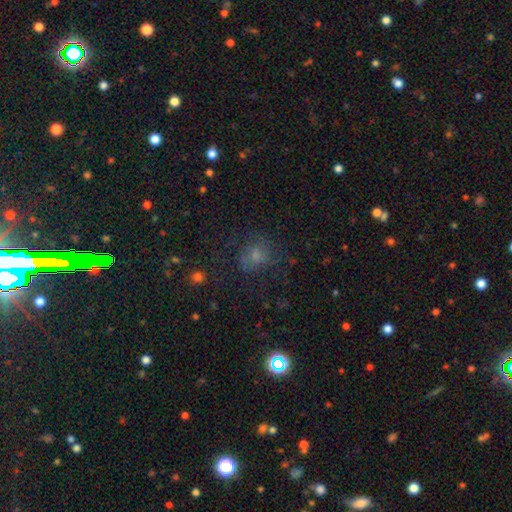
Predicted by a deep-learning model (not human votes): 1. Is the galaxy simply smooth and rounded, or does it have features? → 55% smooth, 23% star or artifact, 22% featured or disk.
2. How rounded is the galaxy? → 70% round, 29% in between, 1% cigar-shaped.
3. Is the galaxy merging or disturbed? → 63% none, 19% minor disturbance, 16% major disturbance, 2% merger.